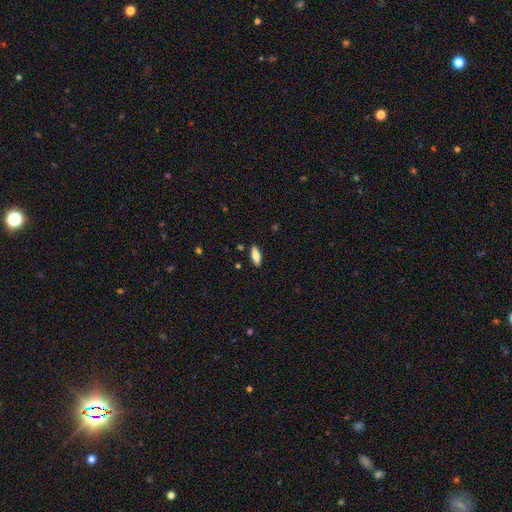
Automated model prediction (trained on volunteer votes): A smooth galaxy with no disk features (80%) that is in between round and cigar-shaped (70%). Merging: none (88%).